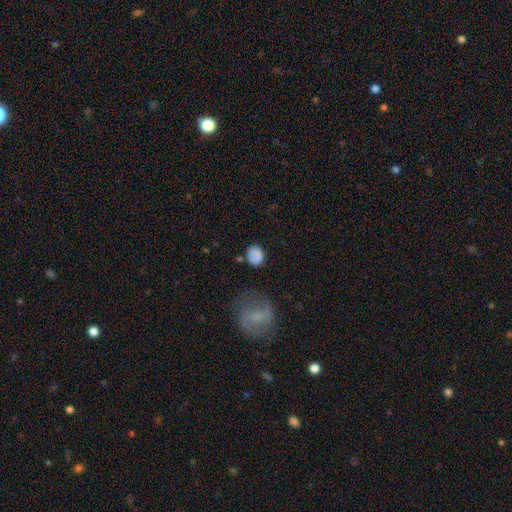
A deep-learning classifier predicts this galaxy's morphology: Smooth or featured: smooth — 74% (featured or disk — 14%)
How rounded: round — 65% (in between — 34%)
Merging: none — 71% (minor disturbance — 18%)